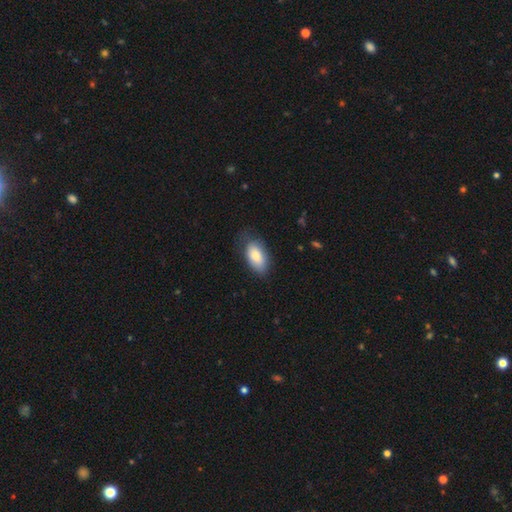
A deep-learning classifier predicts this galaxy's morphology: This is clearly a smooth galaxy (82%). How rounded: clearly in between (93%). Merging: likely none (66%).